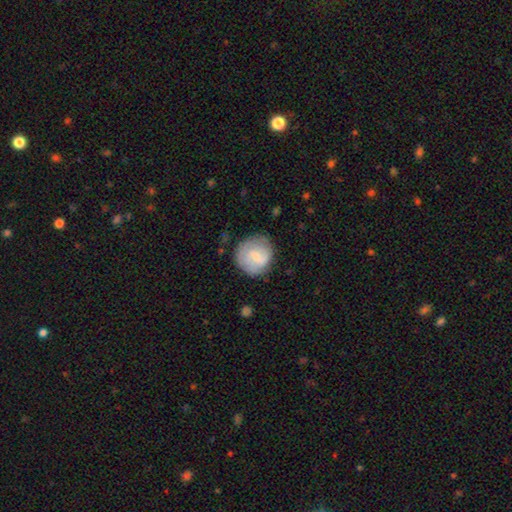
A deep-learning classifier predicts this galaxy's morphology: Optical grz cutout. It shows a featured or disk galaxy (63%) with a weak bar (58%), 2 (66%) tight (47%) spiral arms (89%) and a small central bulge (58%). Merging: none (76%).